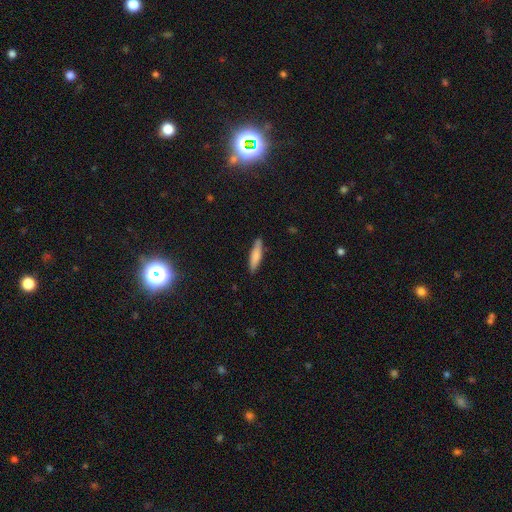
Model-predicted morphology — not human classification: smooth_or_featured: smooth (p=0.78) [alt: featured or disk p=0.16]
how_rounded: cigar-shaped (p=0.78) [alt: in between p=0.21]
merging: none (p=0.86) [alt: minor disturbance p=0.11]